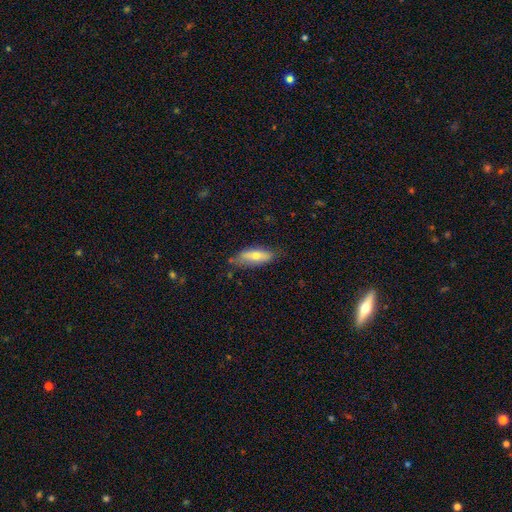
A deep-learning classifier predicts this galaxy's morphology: smooth_or_featured: smooth (p=0.62) [alt: featured or disk p=0.32]
how_rounded: in between (p=0.63) [alt: cigar-shaped p=0.34]
merging: none (p=0.70) [alt: minor disturbance p=0.22]